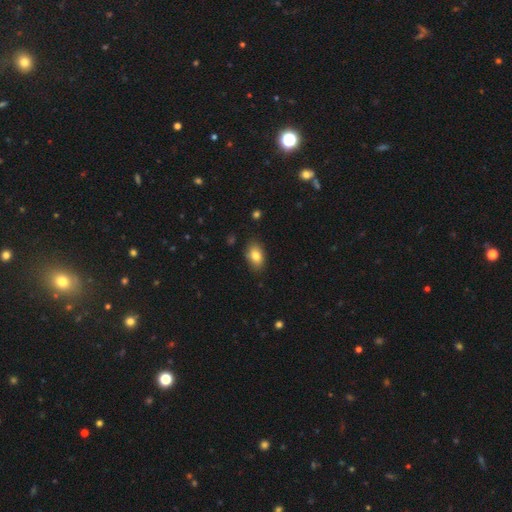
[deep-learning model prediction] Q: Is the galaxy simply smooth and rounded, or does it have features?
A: smooth — 82%.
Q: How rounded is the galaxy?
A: in between — 87%.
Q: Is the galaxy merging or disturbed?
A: none — 82%.